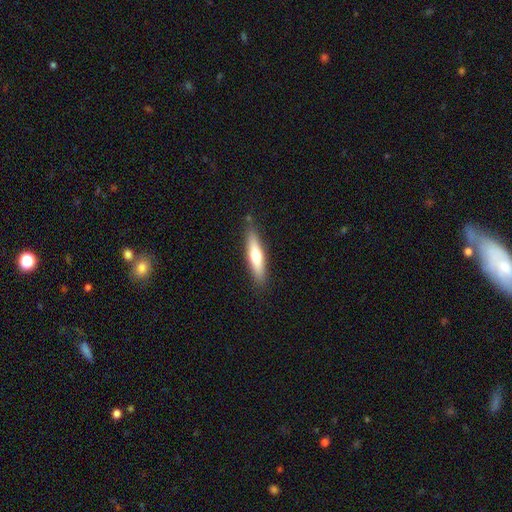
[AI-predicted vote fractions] smooth 57%, featured or disk 37%, star or artifact 6%. Down the decision tree: how rounded — cigar-shaped (80%); merging — none (86%).